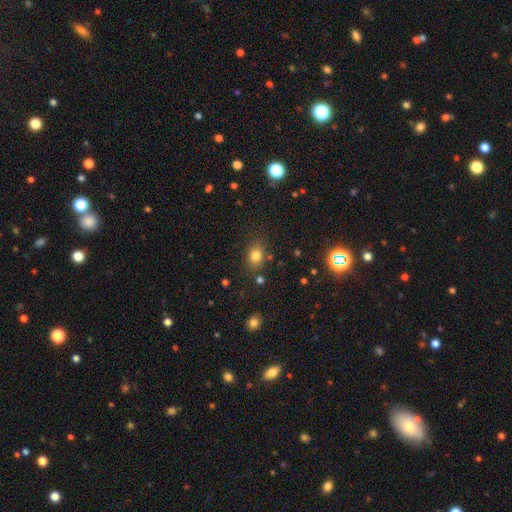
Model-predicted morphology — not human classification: A smooth galaxy with no disk features (78%) that is in between round and cigar-shaped (61%). Merging: none (78%).